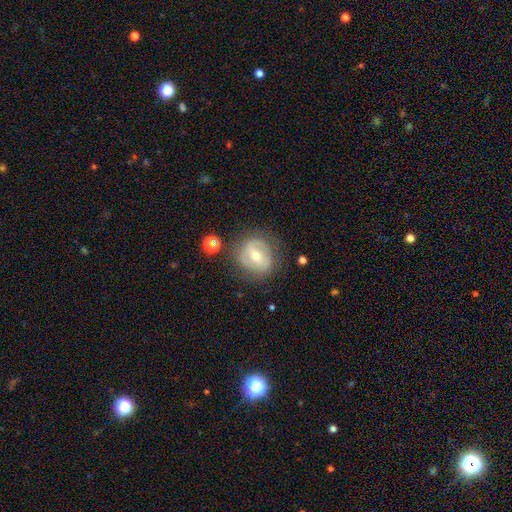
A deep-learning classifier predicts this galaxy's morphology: Overall: featured or disk (62%; smooth 31%). Edge-on disk: no (96%). Bar: weak (42%; strong 37%). Spiral arms: yes (56%; no 44%). Bulge size: moderate (62%; small 32%). Merging: none (72%).